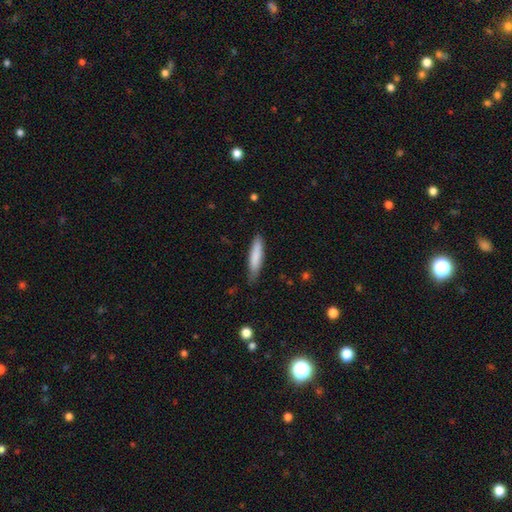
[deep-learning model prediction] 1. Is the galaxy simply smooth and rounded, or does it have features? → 82% smooth, 13% featured or disk, 5% star or artifact.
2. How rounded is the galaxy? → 83% cigar-shaped, 16% in between, 1% round.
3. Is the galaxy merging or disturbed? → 75% none, 20% minor disturbance, 3% major disturbance, 1% merger.